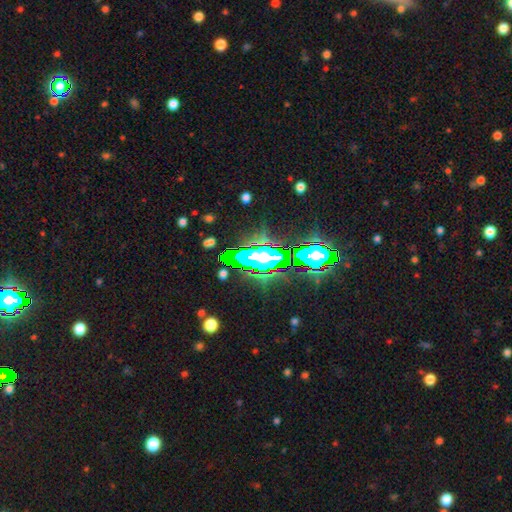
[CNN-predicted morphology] Q: Smooth or featured?
A: star or artifact (57%); runner-up: smooth (24%)